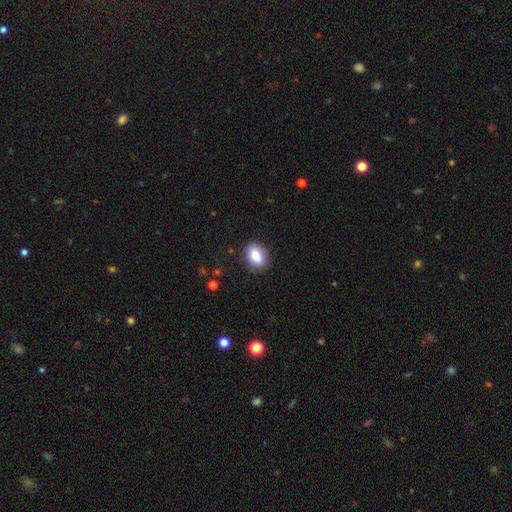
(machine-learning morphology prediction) Smooth or featured: smooth — 84% (star or artifact — 8%)
How rounded: in between — 75% (round — 23%)
Merging: none — 81% (minor disturbance — 14%)